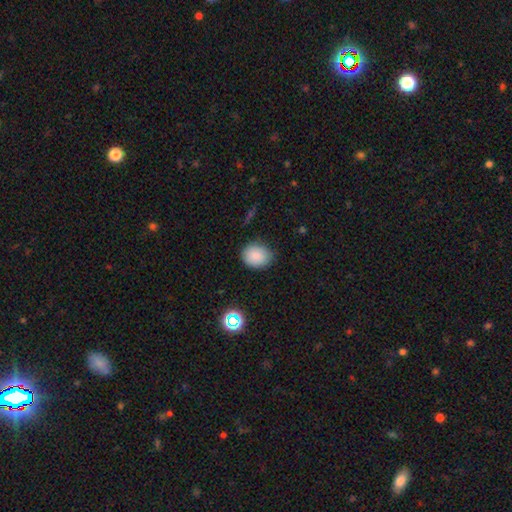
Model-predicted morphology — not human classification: Smooth or featured?
  - smooth: 84% *
  - star or artifact: 10%
  - featured or disk: 6%
How rounded?
  - round: 55% *
  - in between: 45%
  - cigar-shaped: 1%
Merging?
  - none: 78% *
  - minor disturbance: 17%
  - major disturbance: 3%
  - merger: 1%